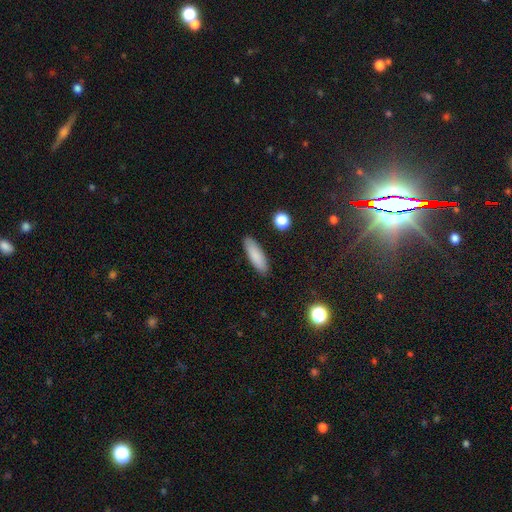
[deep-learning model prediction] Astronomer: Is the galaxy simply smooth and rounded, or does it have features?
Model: smooth — 86%.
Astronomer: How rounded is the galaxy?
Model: cigar-shaped — 55% (runner-up: in between, 43%).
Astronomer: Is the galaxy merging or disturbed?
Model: none — 89%.